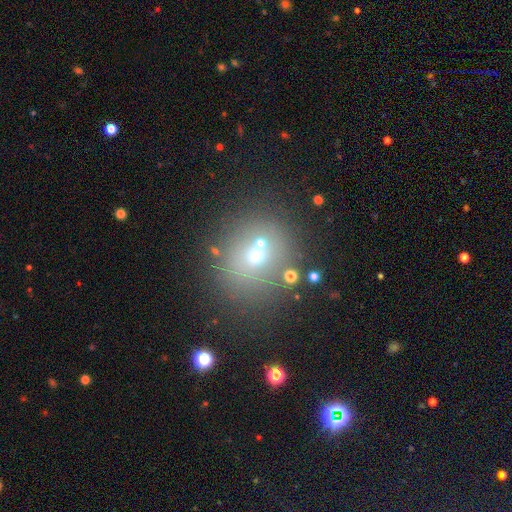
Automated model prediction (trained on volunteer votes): The model was most divided on "smooth or featured": smooth: 59%, star or artifact: 23%, featured or disk: 18%. More confident: how rounded — round (84%); merging — none (62%).